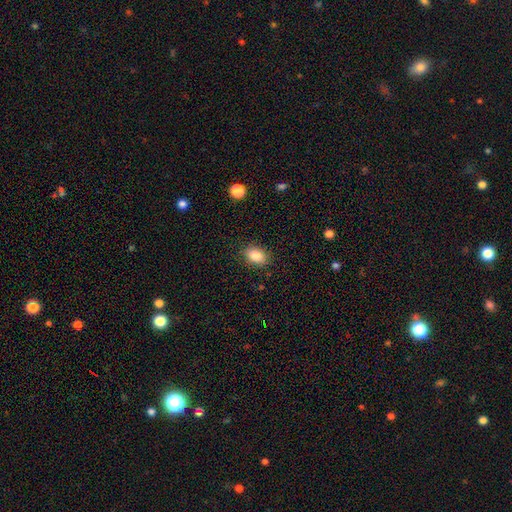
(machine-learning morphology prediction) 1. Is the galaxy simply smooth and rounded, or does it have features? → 86% smooth, 8% star or artifact, 6% featured or disk.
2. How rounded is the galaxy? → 83% in between, 15% round, 2% cigar-shaped.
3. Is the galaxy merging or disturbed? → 85% none, 11% minor disturbance, 3% major disturbance, 1% merger.